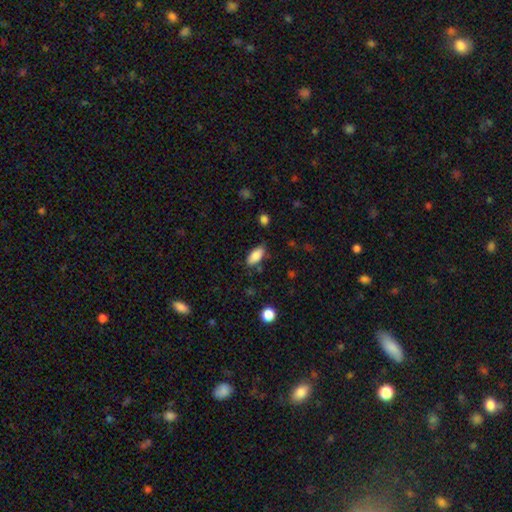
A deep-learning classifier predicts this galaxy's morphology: Smooth or featured? smooth (86%)
How rounded? in between (89%)
Merging? none (77%)